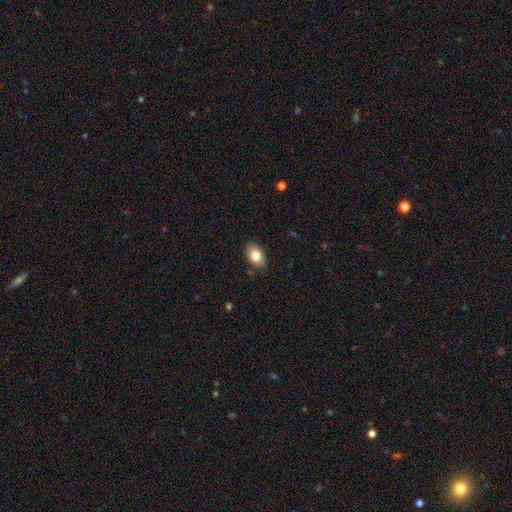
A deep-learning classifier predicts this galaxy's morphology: A smooth galaxy with no disk features (81%) that is in between round and cigar-shaped (87%). Merging: none (85%).